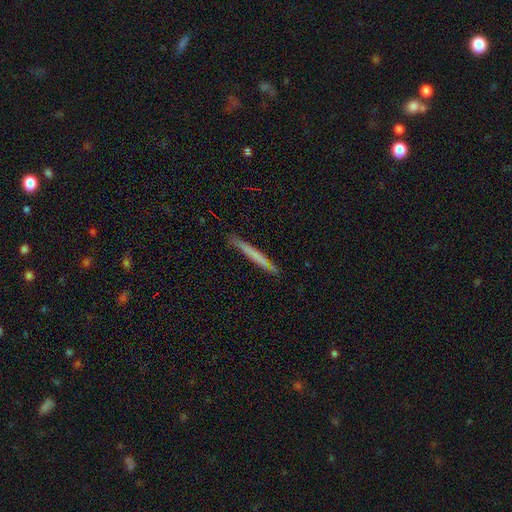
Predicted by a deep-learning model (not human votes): Smooth or featured? Predicted: smooth (p=0.58). How rounded? Predicted: cigar-shaped (p=0.97). Merging? Predicted: none (p=0.83).